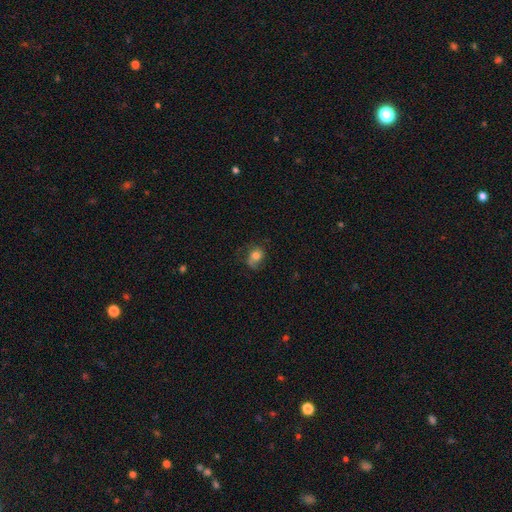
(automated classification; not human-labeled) Q: Smooth or featured?
A: smooth (64%); runner-up: featured or disk (26%)
Q: How rounded?
A: round (52%); runner-up: in between (46%)
Q: Merging?
A: none (53%); runner-up: minor disturbance (27%)